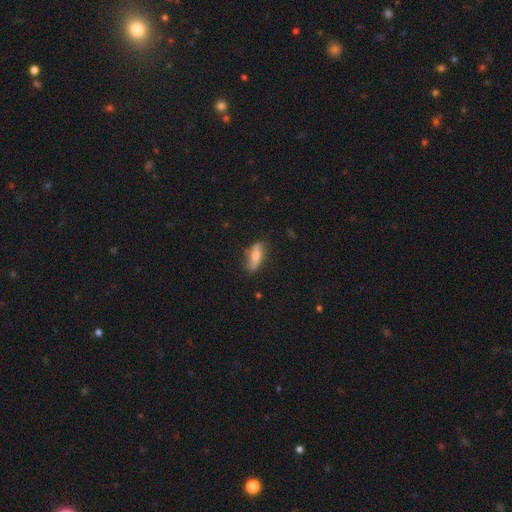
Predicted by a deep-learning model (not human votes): smooth_or_featured: smooth (p=0.55) [alt: featured or disk p=0.37]
how_rounded: in between (p=0.59) [alt: cigar-shaped p=0.37]
merging: none (p=0.74) [alt: minor disturbance p=0.19]